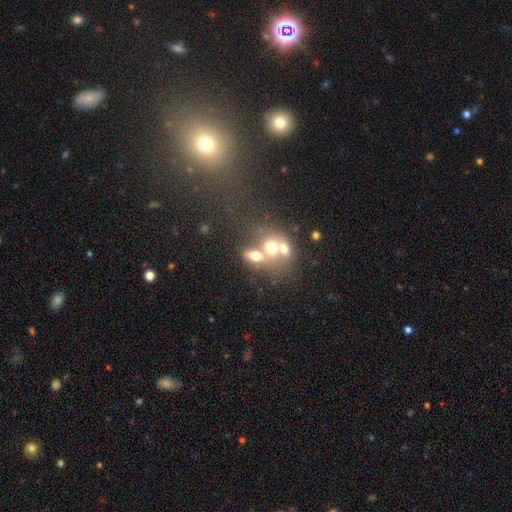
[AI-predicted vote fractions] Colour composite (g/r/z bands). It shows a smooth galaxy with no disk features (62%) that is in between round and cigar-shaped (53%). Merging: merger (63%).